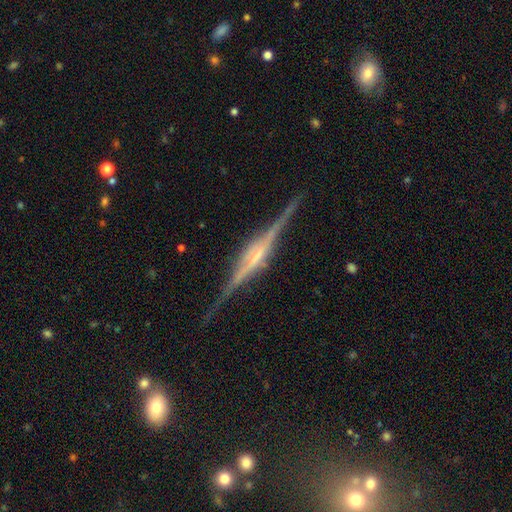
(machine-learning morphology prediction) Q: Smooth or featured?
A: featured or disk (88%); runner-up: smooth (6%)
Q: Edge-on disk?
A: yes (98%); runner-up: no (2%)
Q: Edge-on bulge?
A: rounded (52%); runner-up: boxy (38%)
Q: Merging?
A: none (87%); runner-up: minor disturbance (10%)